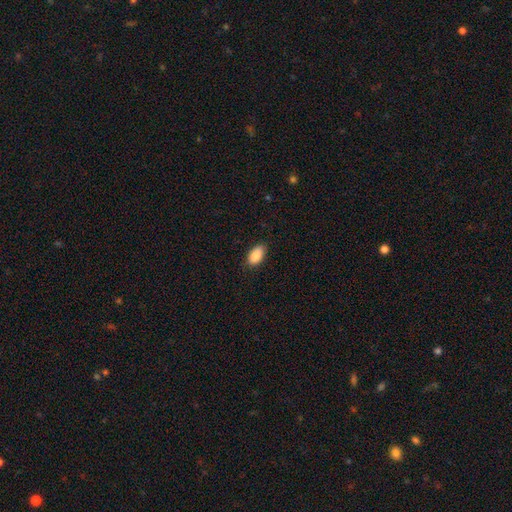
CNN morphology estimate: type=smooth (87%); roundness=in between (92%); merging=none (84%).